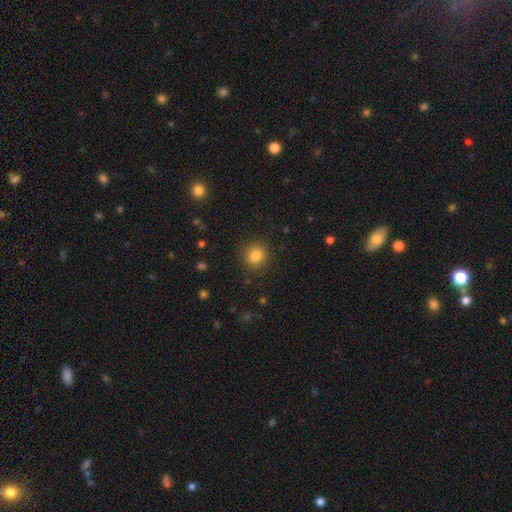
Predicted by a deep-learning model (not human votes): Smooth or featured?
  - smooth: 83% *
  - star or artifact: 12%
  - featured or disk: 6%
How rounded?
  - round: 88% *
  - in between: 11%
  - cigar-shaped: 1%
Merging?
  - none: 89% *
  - minor disturbance: 7%
  - major disturbance: 3%
  - merger: 1%